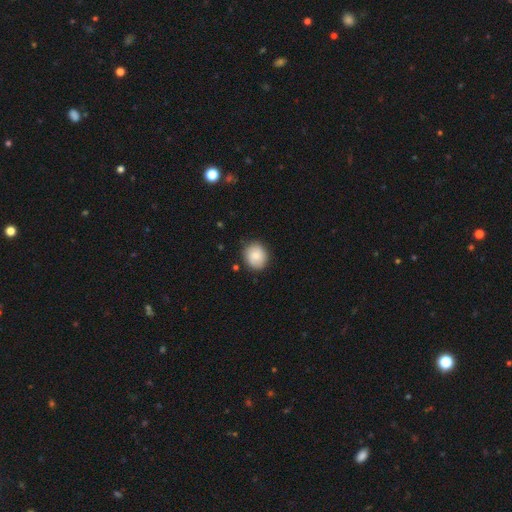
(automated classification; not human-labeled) smooth 81%, featured or disk 11%, star or artifact 7%. Down the decision tree: how rounded — round (69%); merging — none (82%).